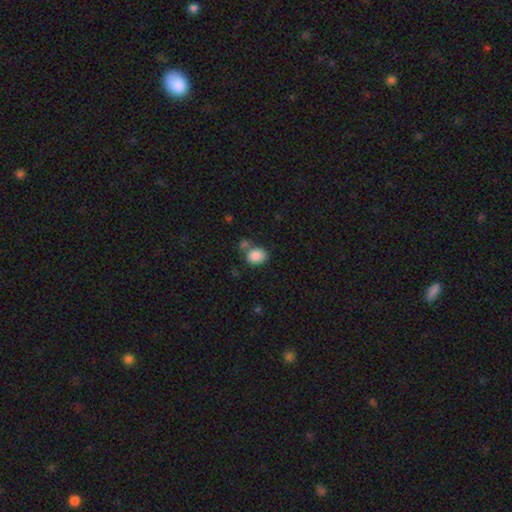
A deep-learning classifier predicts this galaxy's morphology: type=smooth (86%); roundness=in between (62%); merging=none (57%).